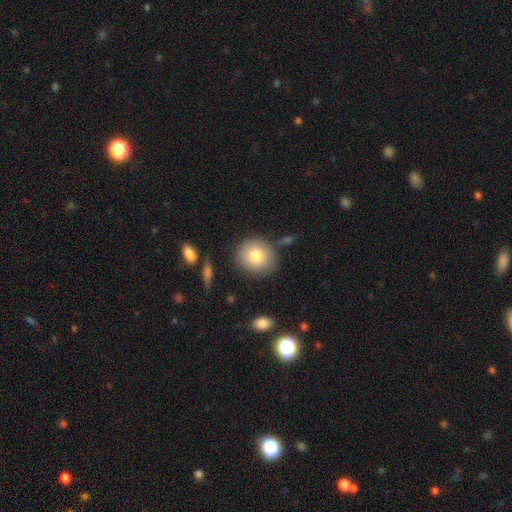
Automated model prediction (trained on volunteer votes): Q: Smooth or featured?
A: smooth (81%); runner-up: featured or disk (11%)
Q: How rounded?
A: round (84%); runner-up: in between (15%)
Q: Merging?
A: none (79%); runner-up: minor disturbance (12%)